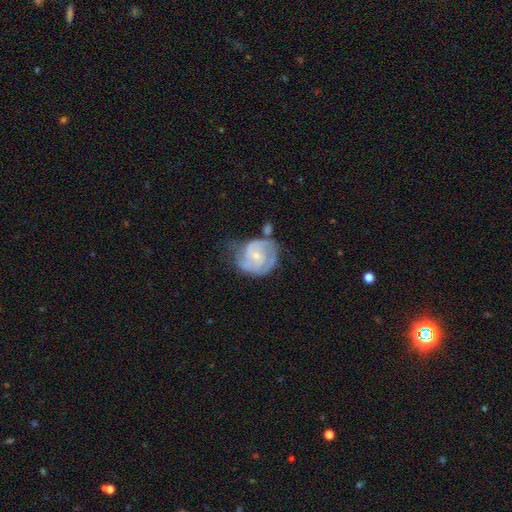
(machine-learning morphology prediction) A featured or disk galaxy (73%) with no bar (69%), 2 (36%) tight (55%) spiral arms (85%) and a small central bulge (66%). Merging: none (42%).